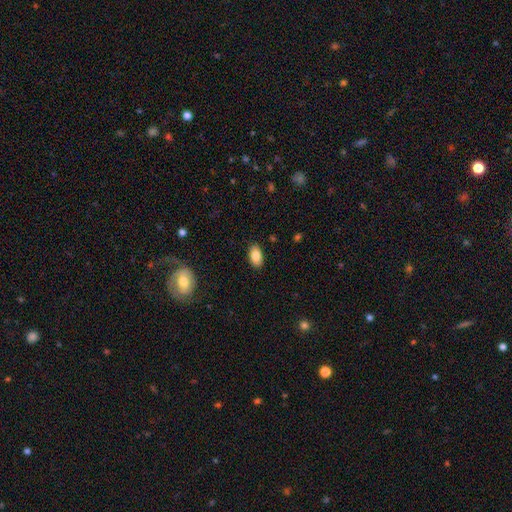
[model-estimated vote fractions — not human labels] Overall: smooth (86%). How rounded: in between (93%). Merging: none (87%).